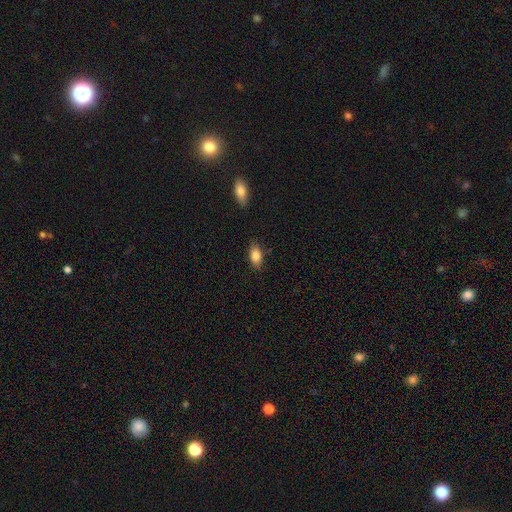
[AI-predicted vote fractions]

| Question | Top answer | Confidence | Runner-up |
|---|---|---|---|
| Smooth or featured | smooth | 86% | star or artifact (7%) |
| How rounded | in between | 89% | cigar-shaped (6%) |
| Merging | none | 84% | minor disturbance (11%) |